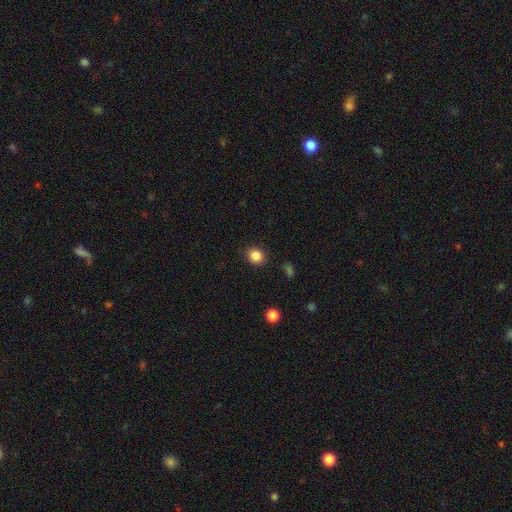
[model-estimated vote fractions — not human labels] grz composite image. It shows a smooth galaxy with no disk features (86%) that is round (74%). Merging: none (89%).